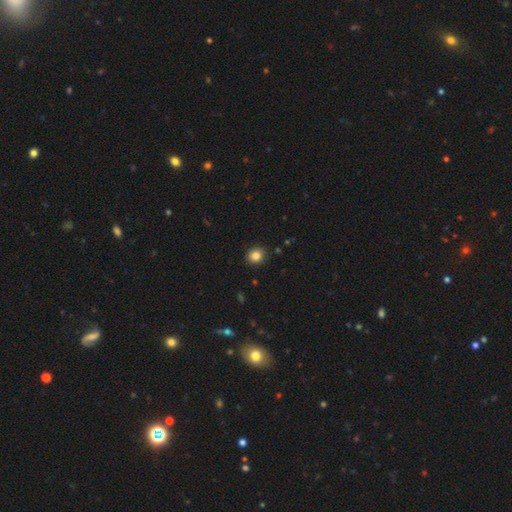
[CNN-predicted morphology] Smooth or featured? Predicted: smooth (p=0.85). How rounded? Predicted: round (p=0.82). Merging? Predicted: none (p=0.90).